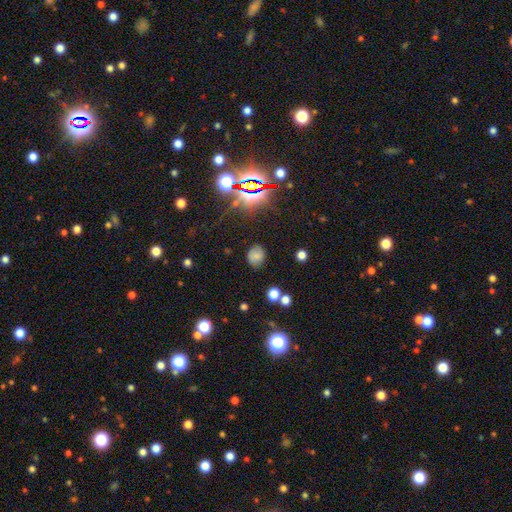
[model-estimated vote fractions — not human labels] The model was most divided on "how rounded": round: 67%, in between: 32%, cigar-shaped: 1%. More confident: merging — none (79%); smooth or featured — smooth (70%).